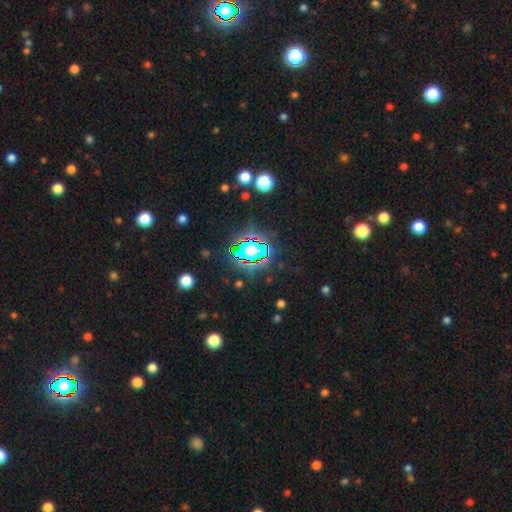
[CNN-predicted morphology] Smooth or featured? star or artifact (67%)